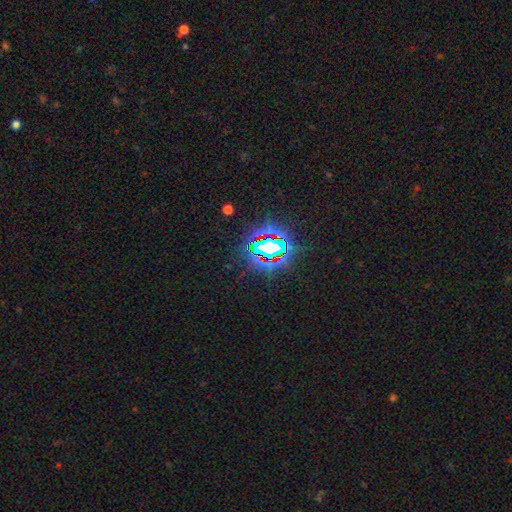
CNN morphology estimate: smooth_or_featured: star or artifact (p=0.83) [alt: smooth p=0.11]